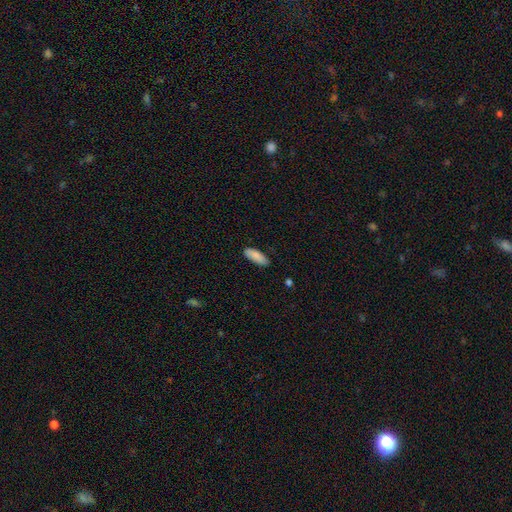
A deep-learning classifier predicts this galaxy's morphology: smooth-or-featured: smooth: 86% | featured or disk: 8% | star or artifact: 6%
  how-rounded: in between: 71% | cigar-shaped: 27% | round: 2%
  merging: none: 84% | minor disturbance: 12% | major disturbance: 2% | merger: 1%